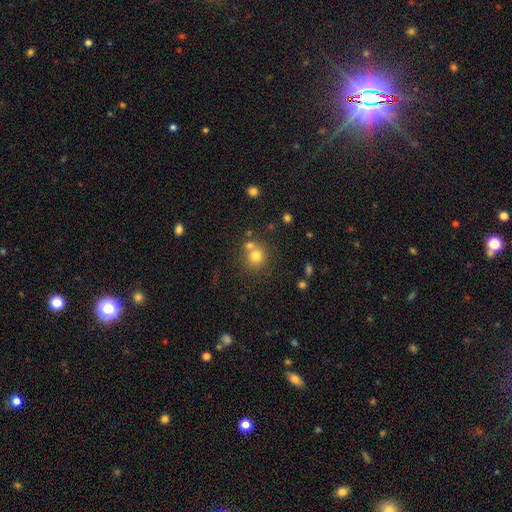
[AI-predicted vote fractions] Smooth or featured? smooth (75%)
How rounded? round (86%)
Merging? none (60%)